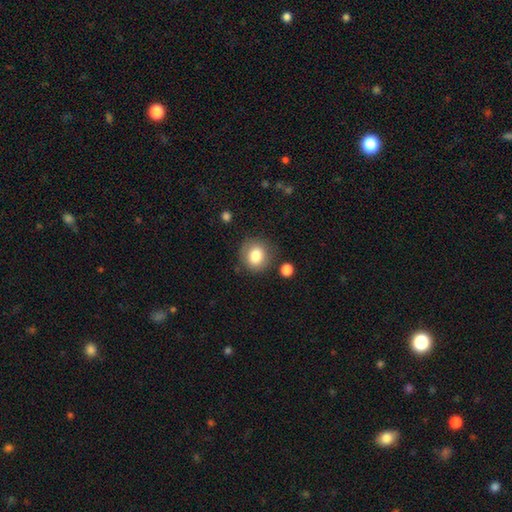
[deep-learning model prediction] smooth 81%, featured or disk 10%, star or artifact 9%. Down the decision tree: how rounded — round (82%); merging — none (81%).